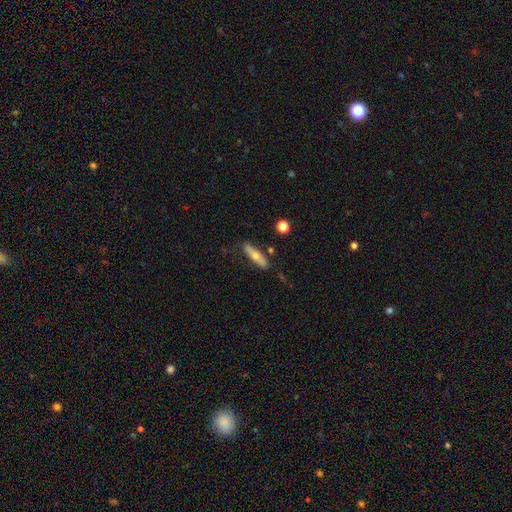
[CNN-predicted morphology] A smooth galaxy with no disk features (58%) that is cigar-shaped (72%). Merging: none (78%).